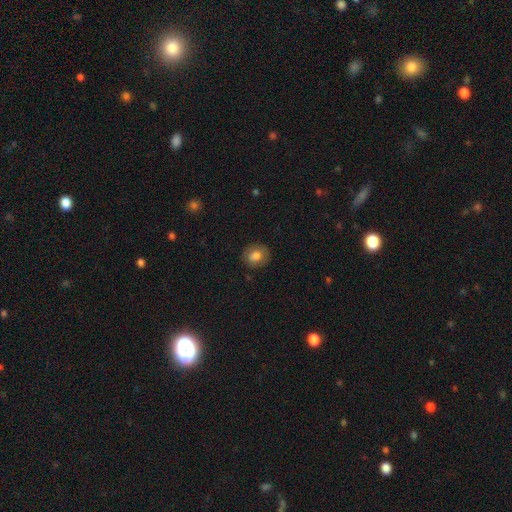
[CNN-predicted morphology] This is likely a smooth galaxy (80%). How rounded: likely round (72%). Merging: clearly none (84%).